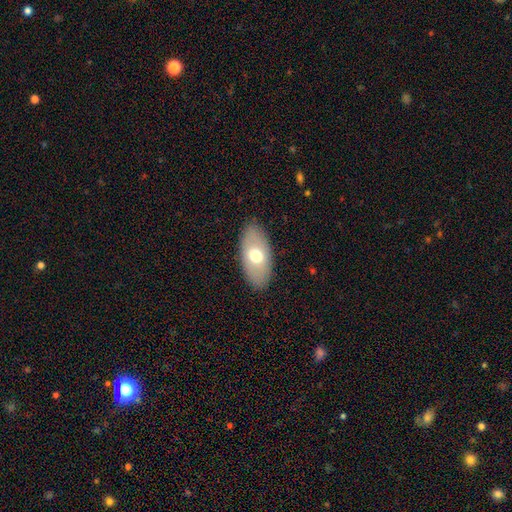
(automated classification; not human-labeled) This appears to be a smooth galaxy with no disk features (63%) that is in between round and cigar-shaped (93%). Merging: none (86%).